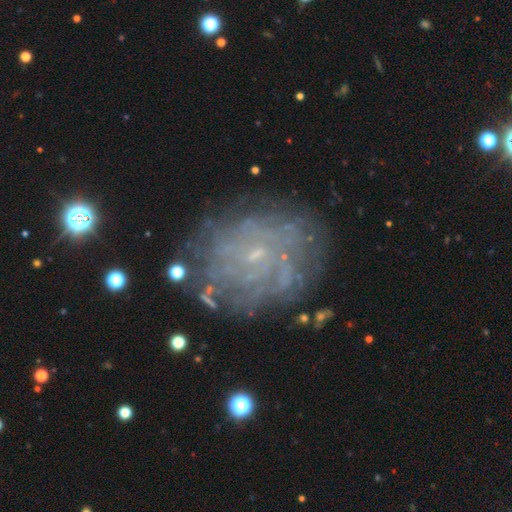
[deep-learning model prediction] Smooth or featured? Predicted: featured or disk (p=0.77). Edge-on disk? Predicted: no (p=0.97). Bar? Predicted: no (p=0.72). Spiral arms? Predicted: yes (p=0.82). Spiral winding? Predicted: tight (p=0.68). Spiral arm count? Predicted: can't tell (p=0.50). Bulge size? Predicted: small (p=0.84). Merging? Predicted: none (p=0.74).